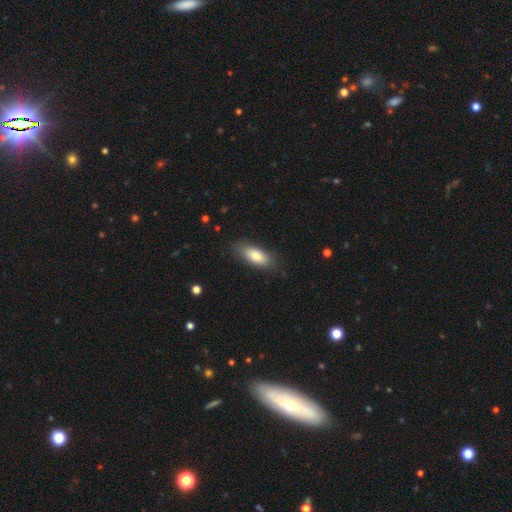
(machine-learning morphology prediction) type=smooth (81%); roundness=in between (79%); merging=none (82%).